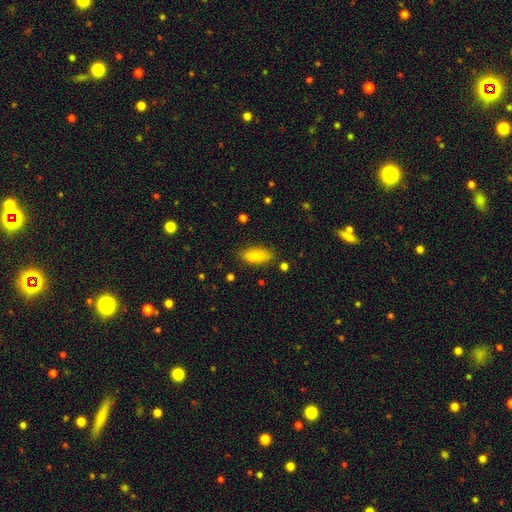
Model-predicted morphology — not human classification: smooth-or-featured: smooth: 84% | featured or disk: 9% | star or artifact: 7%
  how-rounded: in between: 83% | cigar-shaped: 15% | round: 3%
  merging: none: 83% | minor disturbance: 12% | major disturbance: 3% | merger: 2%